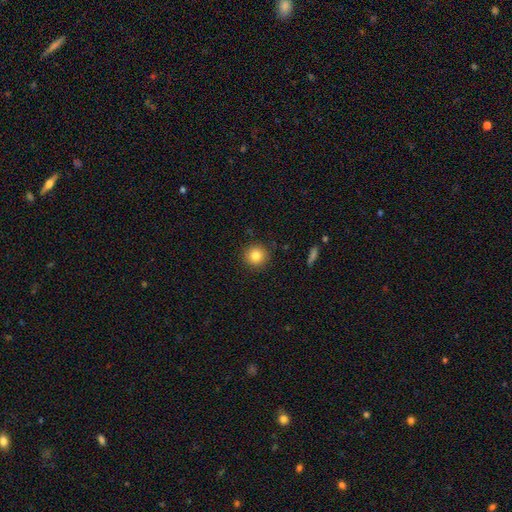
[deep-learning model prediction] A smooth galaxy with no disk features (83%) that is round (93%).

Vote fractions:
- Smooth or featured? smooth: 83% / star or artifact: 10% / featured or disk: 7%
- How rounded? round: 93% / in between: 6% / cigar-shaped: 1%
- Merging? none: 90% / minor disturbance: 7% / major disturbance: 2% / merger: 1%